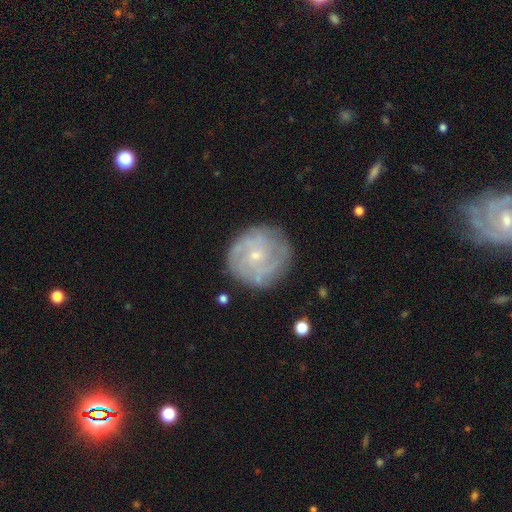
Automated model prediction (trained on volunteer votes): The model was most divided on "spiral arm count": can't tell: 41%, 3: 18%, 2: 18%, 4: 12%, more than 4: 6%, 1: 5%. More confident: edge-on disk — no (98%); spiral arms — yes (86%); merging — none (79%); bulge size — small (77%); smooth or featured — featured or disk (73%); bar — no (72%); spiral winding — tight (59%).